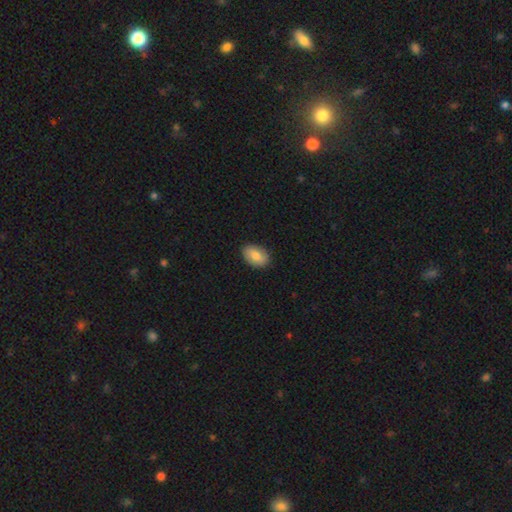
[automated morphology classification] Smooth or featured?
  - smooth: 79% *
  - featured or disk: 15%
  - star or artifact: 6%
How rounded?
  - in between: 89% *
  - round: 9%
  - cigar-shaped: 1%
Merging?
  - none: 87% *
  - minor disturbance: 10%
  - major disturbance: 2%
  - merger: 1%